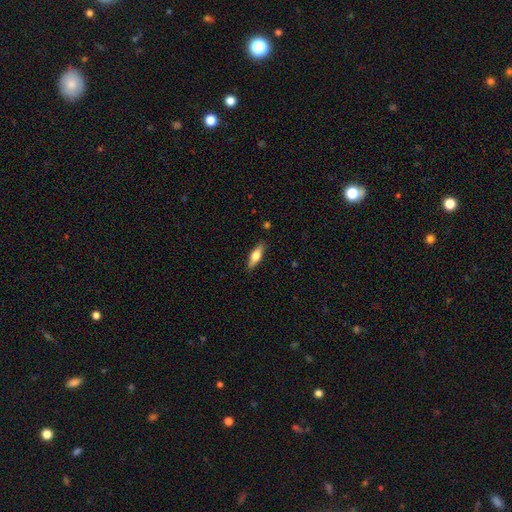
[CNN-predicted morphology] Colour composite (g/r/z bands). It shows a smooth galaxy with no disk features (55%) that is in between round and cigar-shaped (51%). Merging: none (87%).